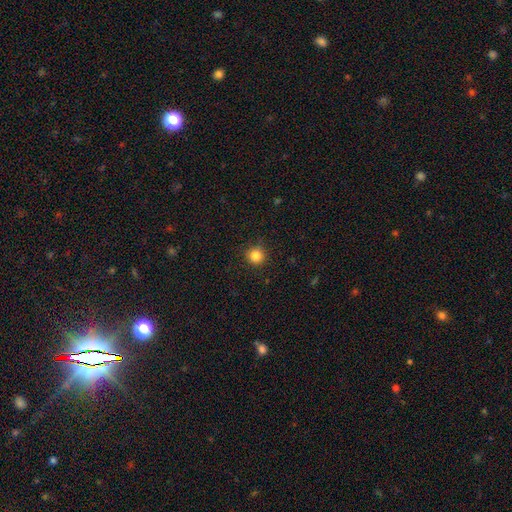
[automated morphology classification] Smooth or featured? Predicted: smooth (p=0.84). How rounded? Predicted: round (p=0.95). Merging? Predicted: none (p=0.91).